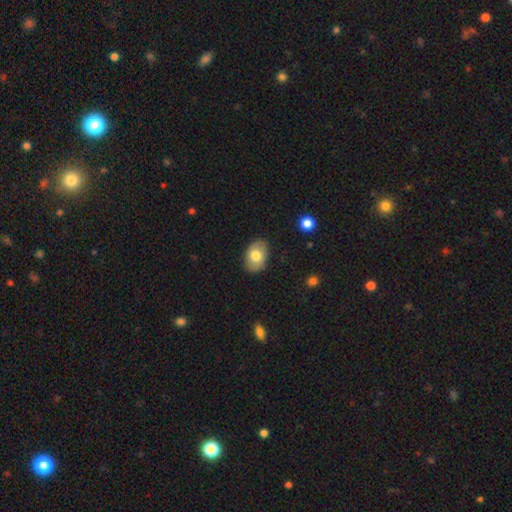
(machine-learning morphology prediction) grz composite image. It shows a smooth galaxy with no disk features (74%) that is in between round and cigar-shaped (84%). Merging: none (86%).